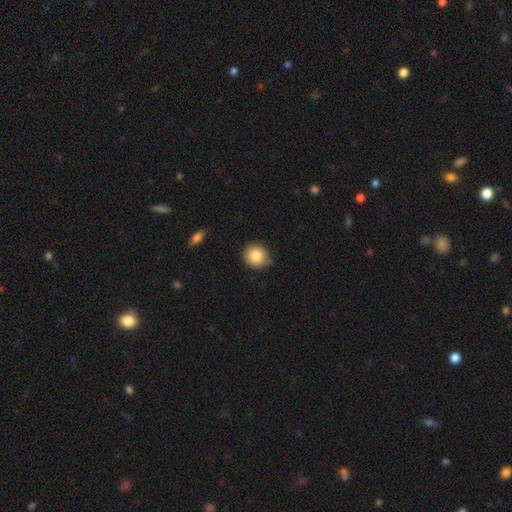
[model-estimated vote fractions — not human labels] A smooth galaxy with no disk features (83%) that is round (92%). Merging: none (81%).